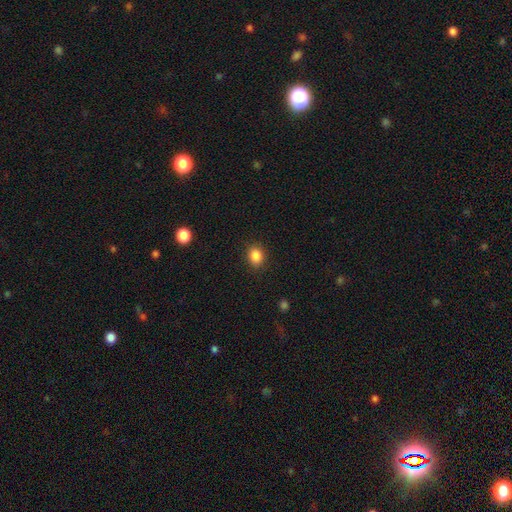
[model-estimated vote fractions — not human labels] This appears to be a smooth galaxy with no disk features (86%) that is round (50%). Merging: none (88%).